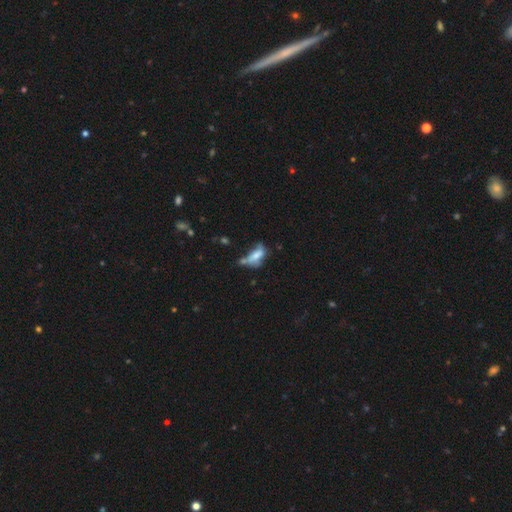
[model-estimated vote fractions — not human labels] A smooth galaxy with no disk features (53%) that is in between round and cigar-shaped (78%). Merging: none (28%).